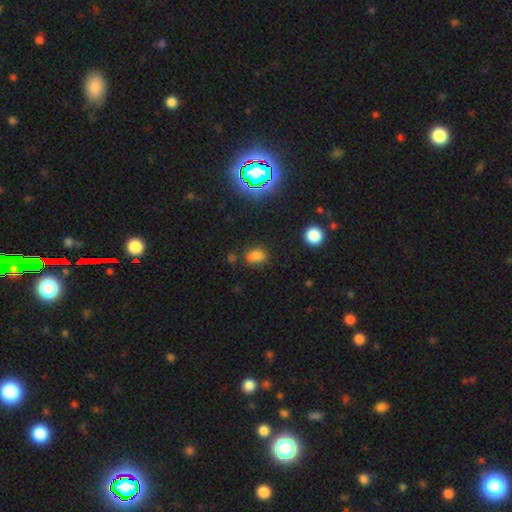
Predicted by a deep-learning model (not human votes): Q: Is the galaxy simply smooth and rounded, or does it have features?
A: smooth — 74%.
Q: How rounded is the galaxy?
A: in between — 70%.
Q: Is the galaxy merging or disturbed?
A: none — 70%.